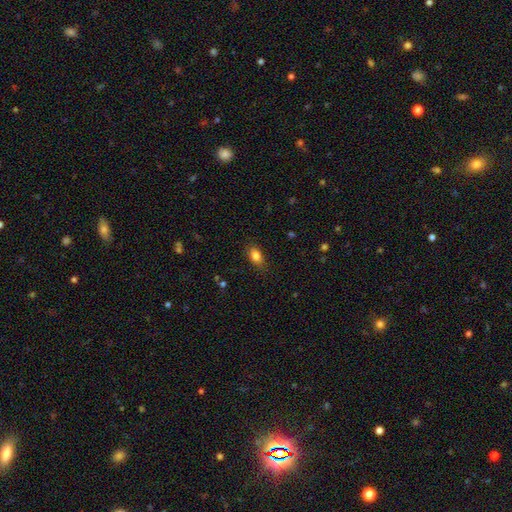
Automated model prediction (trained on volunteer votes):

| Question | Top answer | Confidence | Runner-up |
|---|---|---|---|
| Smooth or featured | smooth | 84% | star or artifact (9%) |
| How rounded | in between | 85% | round (11%) |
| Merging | none | 82% | minor disturbance (13%) |